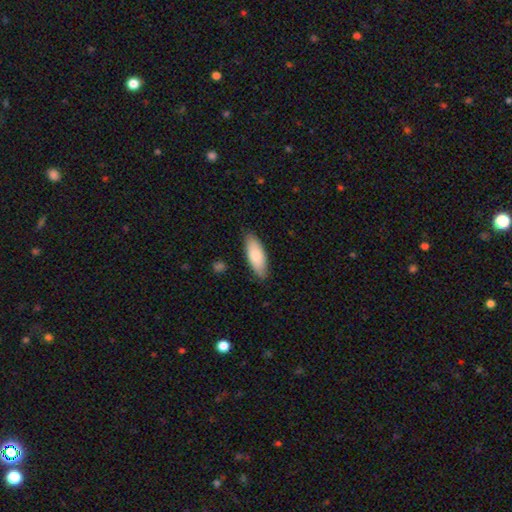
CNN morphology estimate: Smooth or featured? Predicted: smooth (p=0.78). How rounded? Predicted: in between (p=0.74). Merging? Predicted: none (p=0.83).